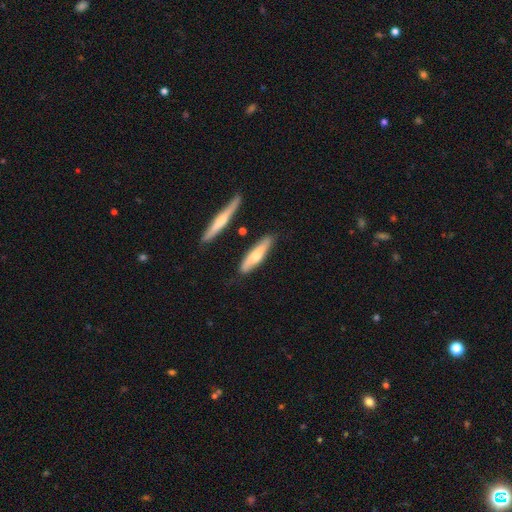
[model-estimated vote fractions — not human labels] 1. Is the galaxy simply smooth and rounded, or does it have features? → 55% smooth, 40% featured or disk, 5% star or artifact.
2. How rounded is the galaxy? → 76% cigar-shaped, 22% in between, 2% round.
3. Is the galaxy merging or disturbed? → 78% none, 14% minor disturbance, 5% merger, 3% major disturbance.